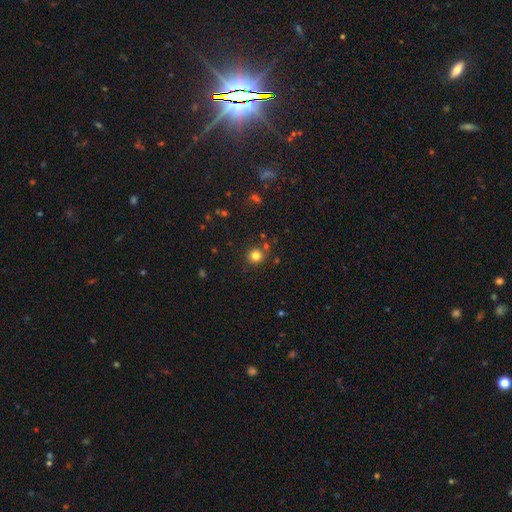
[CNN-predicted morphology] smooth-or-featured: smooth: 80% | star or artifact: 14% | featured or disk: 5%
  how-rounded: round: 92% | in between: 7% | cigar-shaped: 1%
  merging: none: 84% | minor disturbance: 8% | merger: 5% | major disturbance: 3%